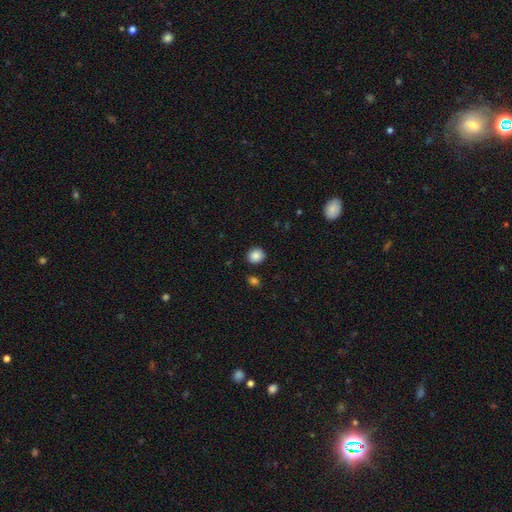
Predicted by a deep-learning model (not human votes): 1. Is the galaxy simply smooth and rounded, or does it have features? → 87% smooth, 9% star or artifact, 4% featured or disk.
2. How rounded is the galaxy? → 80% round, 19% in between, 1% cigar-shaped.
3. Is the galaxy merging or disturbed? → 88% none, 7% minor disturbance, 3% merger, 2% major disturbance.